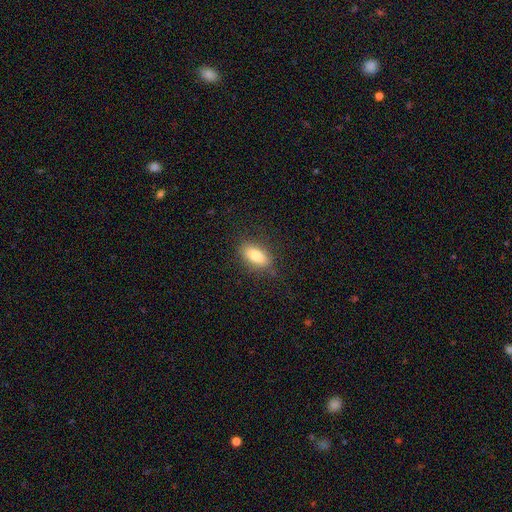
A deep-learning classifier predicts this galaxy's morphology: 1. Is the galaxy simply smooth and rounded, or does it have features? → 82% smooth, 10% featured or disk, 8% star or artifact.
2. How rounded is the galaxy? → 87% in between, 8% cigar-shaped, 5% round.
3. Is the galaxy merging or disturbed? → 83% none, 13% minor disturbance, 4% major disturbance, 1% merger.